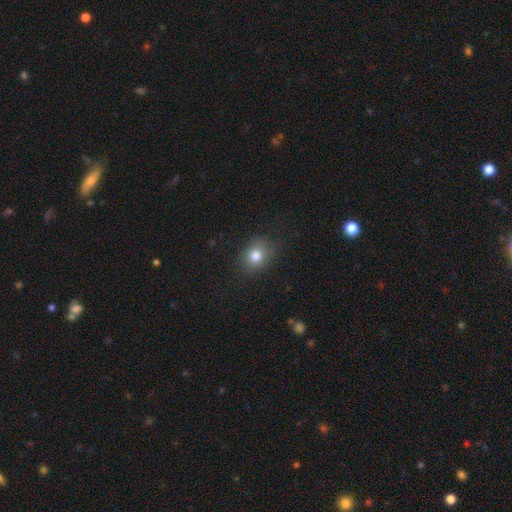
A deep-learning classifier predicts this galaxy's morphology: This appears to be a smooth galaxy with no disk features (81%) that is round (56%). Merging: none (77%).